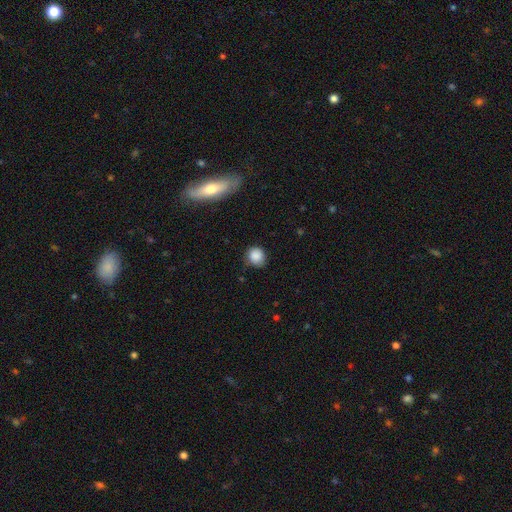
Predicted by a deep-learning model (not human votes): smooth_or_featured: smooth (p=0.85) [alt: star or artifact p=0.09]
how_rounded: round (p=0.81) [alt: in between p=0.18]
merging: none (p=0.69) [alt: minor disturbance p=0.24]